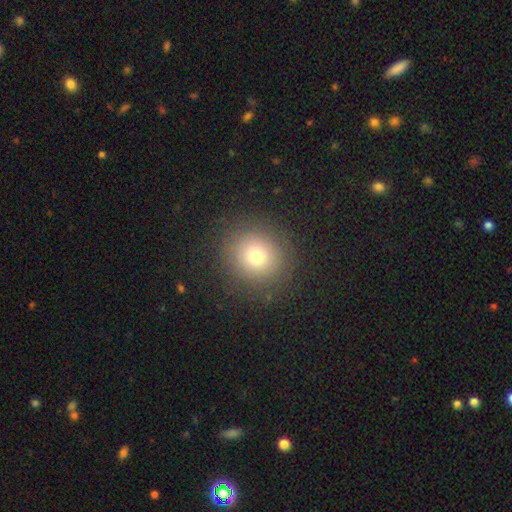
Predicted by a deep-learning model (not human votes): A smooth galaxy with no disk features (75%) that is round (89%).

Vote fractions:
- Smooth or featured? smooth: 75% / star or artifact: 13% / featured or disk: 11%
- How rounded? round: 89% / in between: 10% / cigar-shaped: 1%
- Merging? none: 89% / minor disturbance: 7% / major disturbance: 3% / merger: 1%